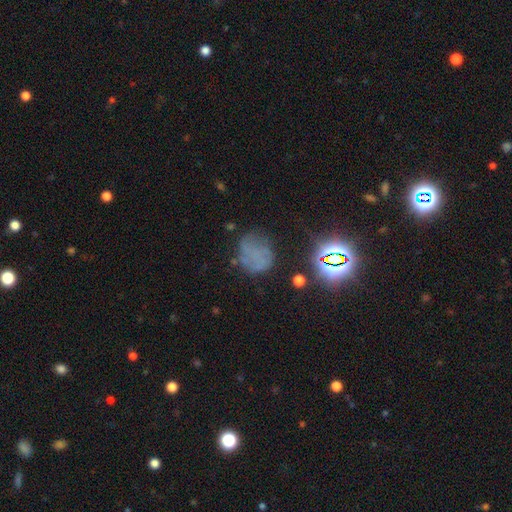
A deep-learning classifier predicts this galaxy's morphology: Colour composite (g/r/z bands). It shows a smooth galaxy with no disk features (38%). Merging: none (56%).